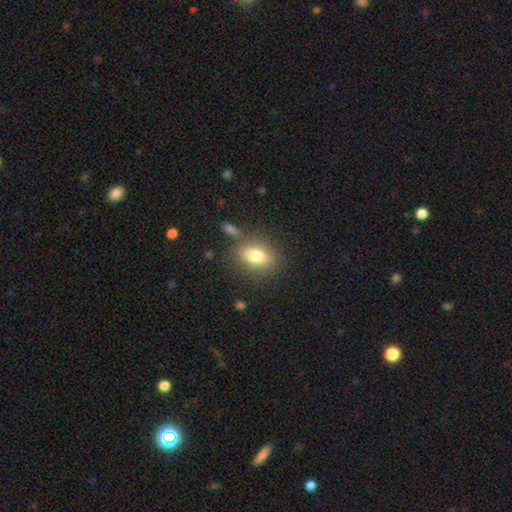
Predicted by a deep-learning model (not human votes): Smooth or featured? smooth (80%)
How rounded? in between (69%)
Merging? none (77%)